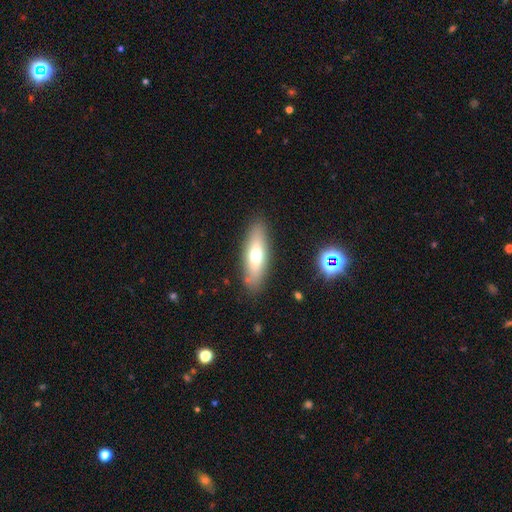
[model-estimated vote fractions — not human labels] Smooth or featured?
  - smooth: 61% *
  - featured or disk: 32%
  - star or artifact: 7%
How rounded?
  - in between: 50% *
  - cigar-shaped: 48%
  - round: 2%
Merging?
  - none: 85% *
  - minor disturbance: 10%
  - major disturbance: 3%
  - merger: 2%